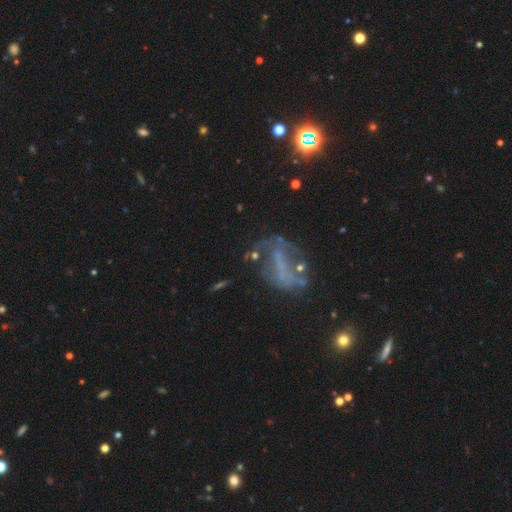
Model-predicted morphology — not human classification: featured or disk 58%, smooth 23%, star or artifact 19%. Down the decision tree: edge-on disk — no (94%); bar — no (52%); spiral arms — no (70%); bulge size — none (71%); merging — none (41%).